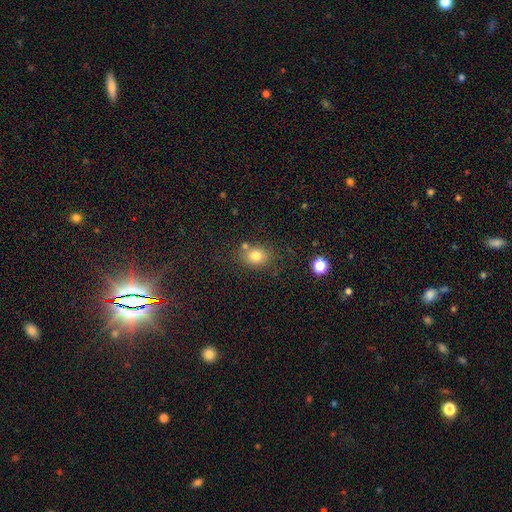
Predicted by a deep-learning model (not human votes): smooth 79%, star or artifact 12%, featured or disk 9%. Down the decision tree: how rounded — round (54%); merging — none (71%).